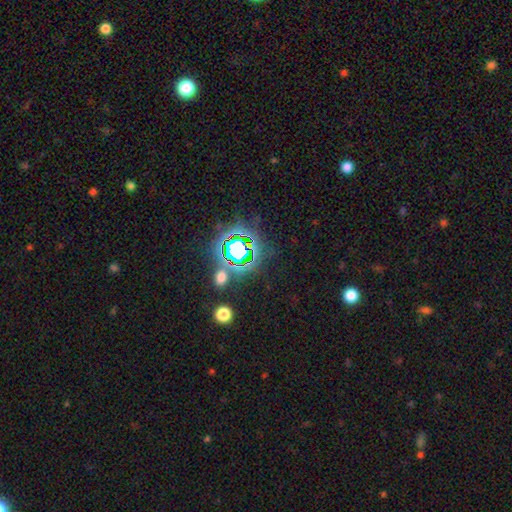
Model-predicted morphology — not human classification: A star or artifact, not a galaxy (83%).

Vote fractions:
- Smooth or featured? star or artifact: 83% / smooth: 11% / featured or disk: 6%